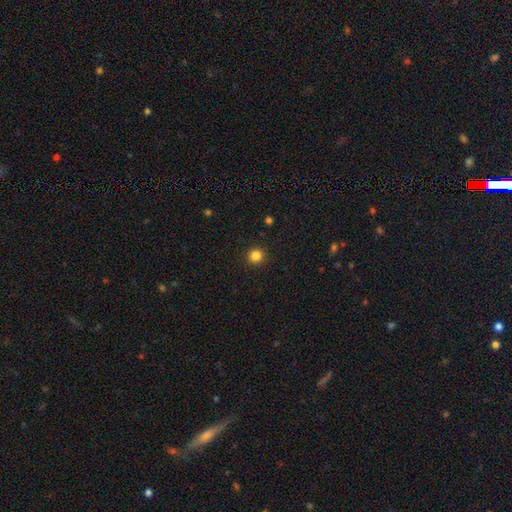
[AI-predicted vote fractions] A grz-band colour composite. It shows a smooth galaxy with no disk features (84%) that is round (95%). Merging: none (93%).